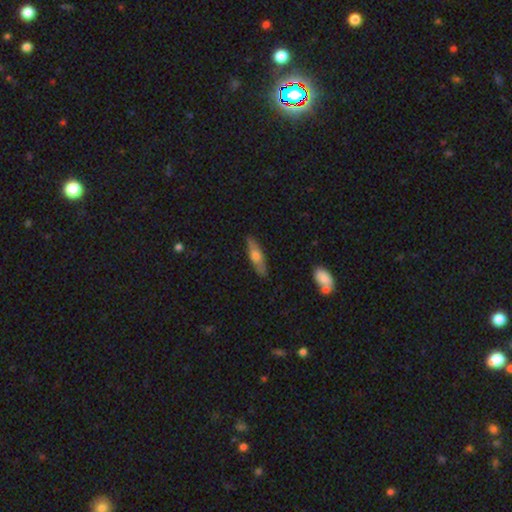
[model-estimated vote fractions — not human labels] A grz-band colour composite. It shows a smooth galaxy with no disk features (55%) that is cigar-shaped (60%). Merging: none (84%).